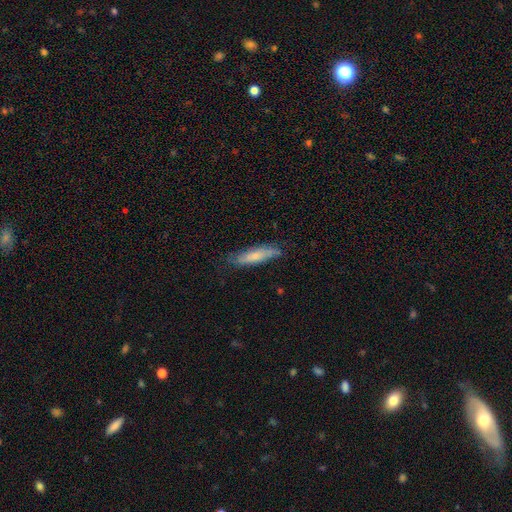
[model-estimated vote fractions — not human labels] Smooth or featured: smooth — 60% (featured or disk — 34%)
How rounded: cigar-shaped — 73% (in between — 25%)
Merging: none — 73% (minor disturbance — 21%)